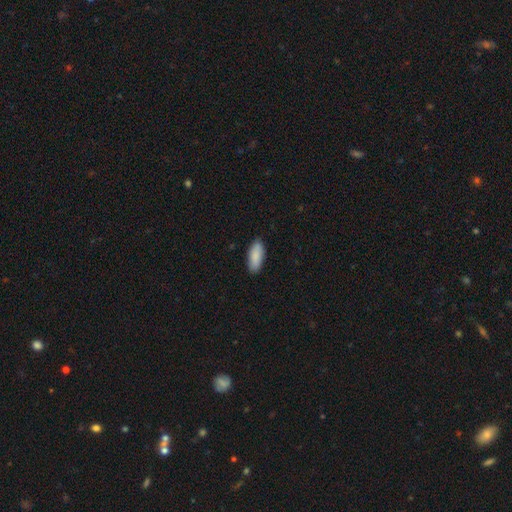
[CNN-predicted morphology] type=smooth (89%); roundness=in between (81%); merging=none (88%).